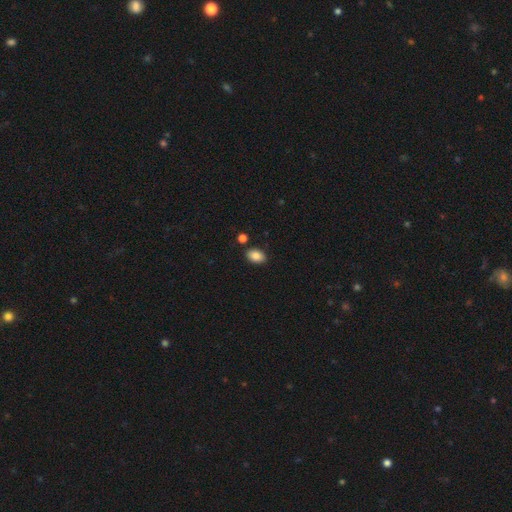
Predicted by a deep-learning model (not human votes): This is clearly a smooth galaxy (86%). How rounded: clearly in between (86%). Merging: clearly none (84%).